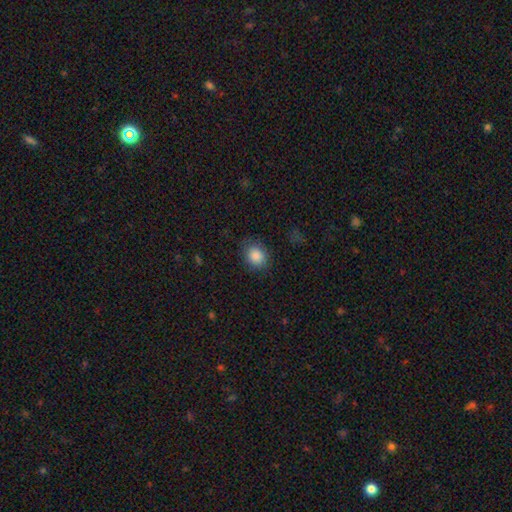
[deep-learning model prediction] smooth 87%, star or artifact 9%, featured or disk 5%. Down the decision tree: how rounded — round (57%); merging — none (81%).